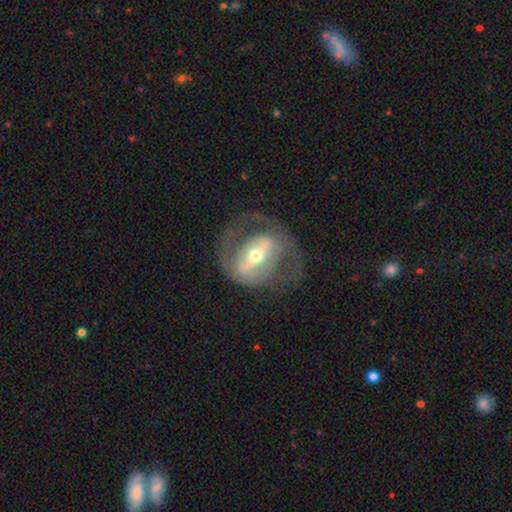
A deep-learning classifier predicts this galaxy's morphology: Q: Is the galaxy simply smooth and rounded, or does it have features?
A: featured or disk — 80%.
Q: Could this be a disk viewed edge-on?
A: no — 91%.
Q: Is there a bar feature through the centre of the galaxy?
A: strong — 63%.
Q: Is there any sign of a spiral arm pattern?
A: yes — 59%.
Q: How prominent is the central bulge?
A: moderate — 55%.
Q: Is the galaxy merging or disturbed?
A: none — 60%.